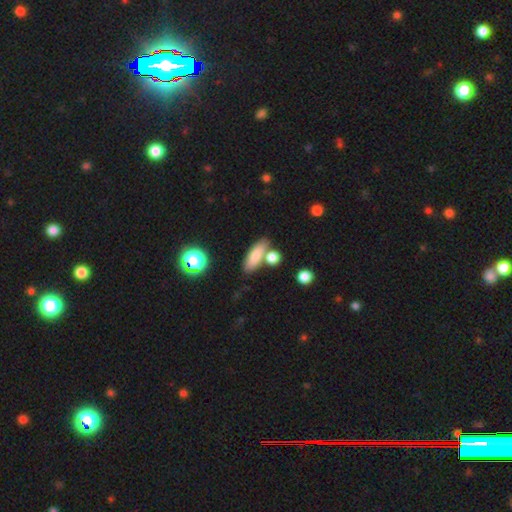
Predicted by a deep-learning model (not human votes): Morphology: type=smooth (81%); roundness=in between (60%); merging=none (64%).